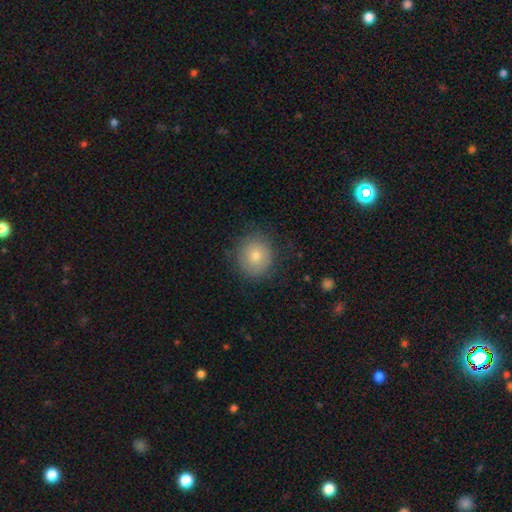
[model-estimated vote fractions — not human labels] A smooth galaxy with no disk features (71%) that is round (88%).

Vote fractions:
- Smooth or featured? smooth: 71% / featured or disk: 18% / star or artifact: 11%
- How rounded? round: 88% / in between: 11% / cigar-shaped: 1%
- Merging? none: 82% / minor disturbance: 13% / major disturbance: 4% / merger: 1%